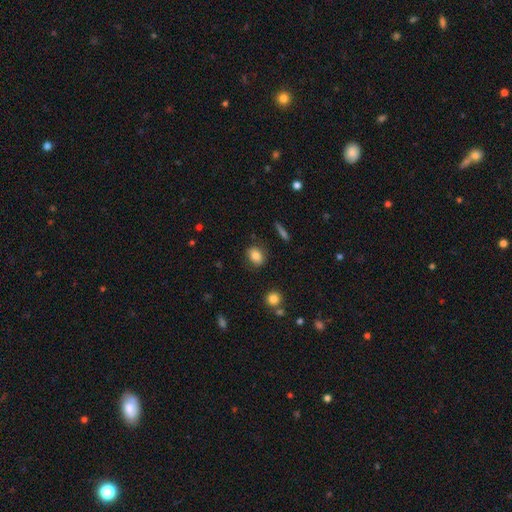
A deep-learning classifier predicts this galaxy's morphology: Smooth or featured? smooth (80%)
How rounded? in between (57%)
Merging? none (83%)